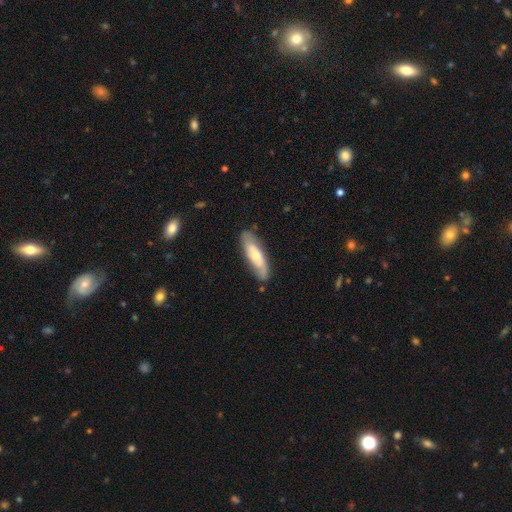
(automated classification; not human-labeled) smooth-or-featured: smooth: 53% | featured or disk: 42% | star or artifact: 5%
  how-rounded: cigar-shaped: 57% | in between: 41% | round: 2%
  merging: none: 79% | minor disturbance: 16% | major disturbance: 4% | merger: 2%